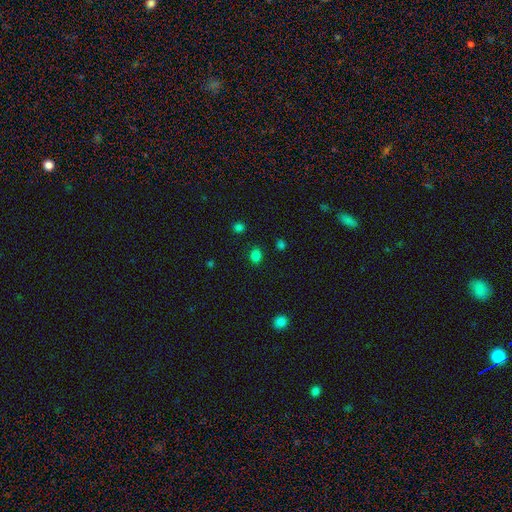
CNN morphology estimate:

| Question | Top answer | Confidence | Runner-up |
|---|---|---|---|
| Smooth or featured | smooth | 81% | star or artifact (16%) |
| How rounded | in between | 52% | round (47%) |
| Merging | none | 85% | minor disturbance (10%) |